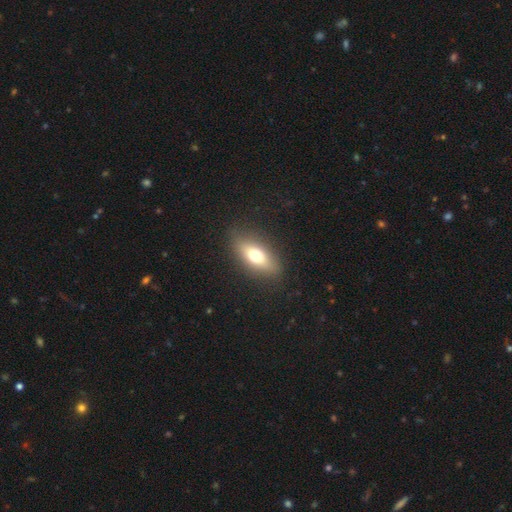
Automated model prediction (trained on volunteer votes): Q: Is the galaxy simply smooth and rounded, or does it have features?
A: smooth — 66%.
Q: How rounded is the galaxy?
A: in between — 74%.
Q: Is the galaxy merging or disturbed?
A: none — 86%.